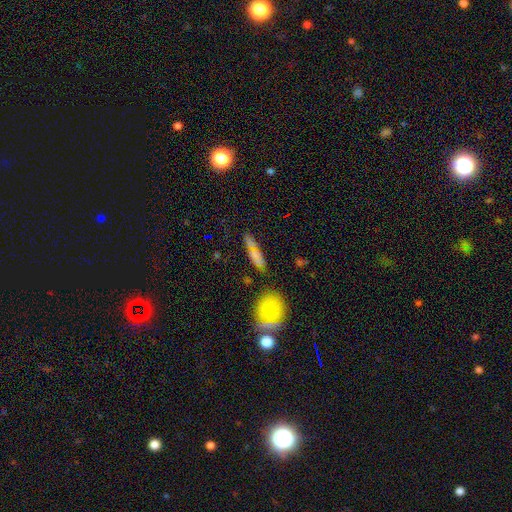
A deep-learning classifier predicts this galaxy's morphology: Smooth or featured? smooth (67%)
How rounded? in between (48%)
Merging? none (65%)